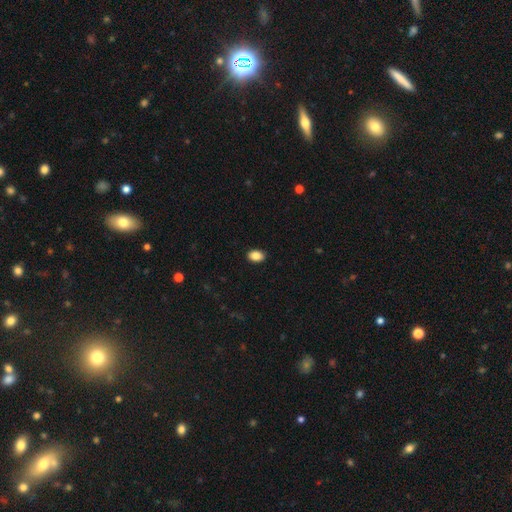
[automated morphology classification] type=smooth (88%); roundness=in between (82%); merging=none (88%).